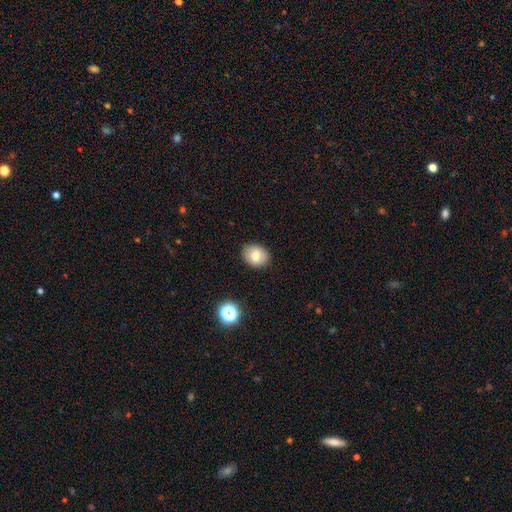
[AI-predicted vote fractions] smooth 75%, featured or disk 14%, star or artifact 10%. Down the decision tree: how rounded — in between (54%); merging — none (88%).